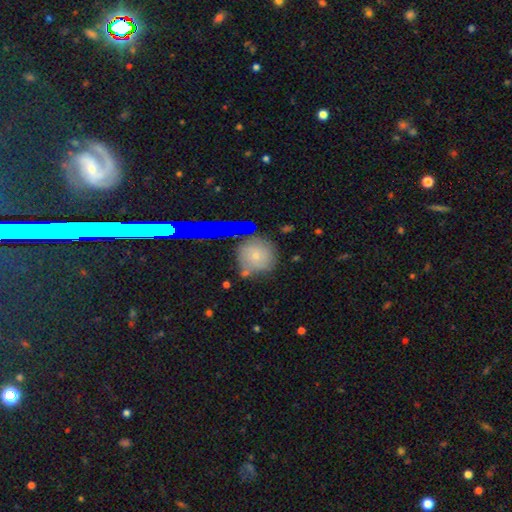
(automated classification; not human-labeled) This is likely a smooth galaxy (62%). How rounded: clearly round (88%). Merging: likely none (69%).